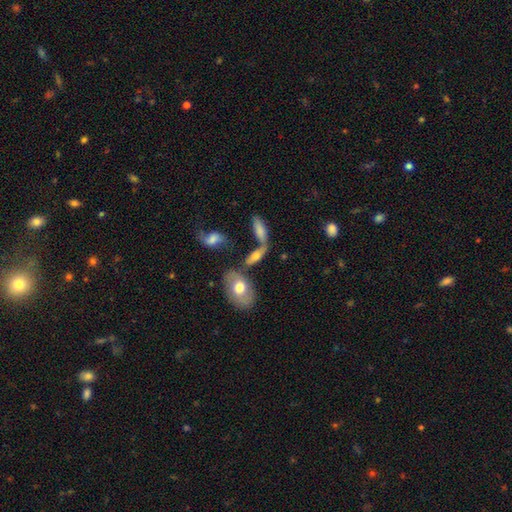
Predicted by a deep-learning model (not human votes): Smooth or featured?
  - smooth: 59% *
  - featured or disk: 30%
  - star or artifact: 11%
How rounded?
  - in between: 68% *
  - cigar-shaped: 26%
  - round: 6%
Merging?
  - none: 41% *
  - merger: 34%
  - minor disturbance: 15%
  - major disturbance: 11%